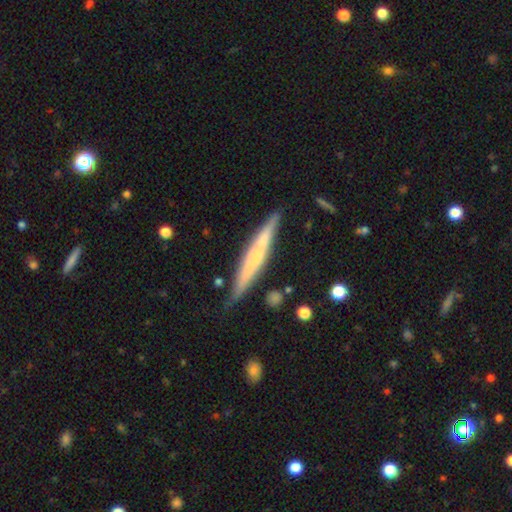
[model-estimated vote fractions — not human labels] smooth-or-featured: featured or disk: 57% | smooth: 37% | star or artifact: 6%
  disk-edge-on: yes: 95% | no: 5%
    edge-on-bulge: rounded: 45% | none: 44% | boxy: 11%
  merging: none: 82% | minor disturbance: 13% | merger: 3% | major disturbance: 2%